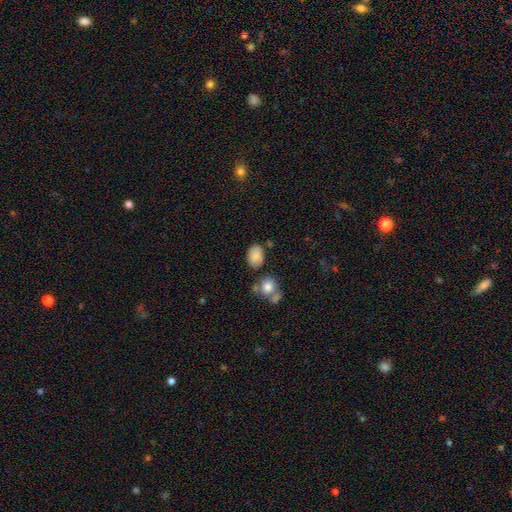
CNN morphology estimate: This appears to be a smooth galaxy with no disk features (82%) that is in between round and cigar-shaped (77%). Merging: none (68%).